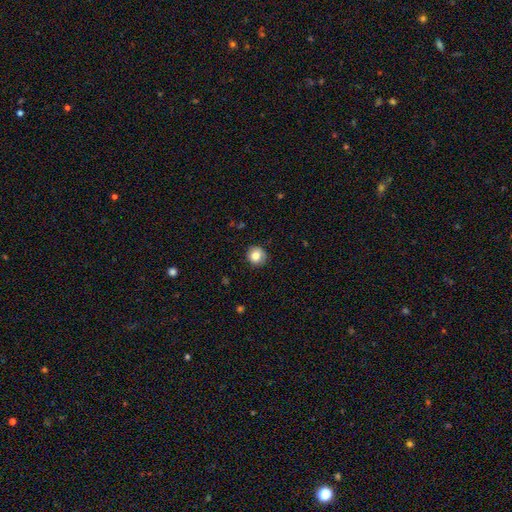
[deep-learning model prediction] Smooth or featured?
  - smooth: 83% *
  - star or artifact: 9%
  - featured or disk: 8%
How rounded?
  - round: 92% *
  - in between: 7%
  - cigar-shaped: 1%
Merging?
  - none: 85% *
  - minor disturbance: 12%
  - major disturbance: 2%
  - merger: 1%